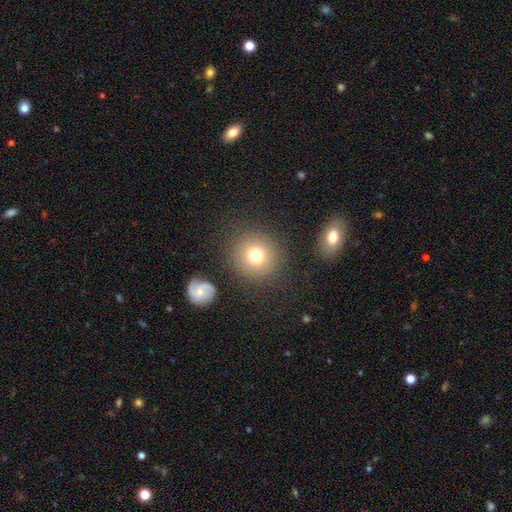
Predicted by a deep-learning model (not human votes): This is likely a smooth galaxy (76%). How rounded: clearly round (92%). Merging: clearly none (85%).